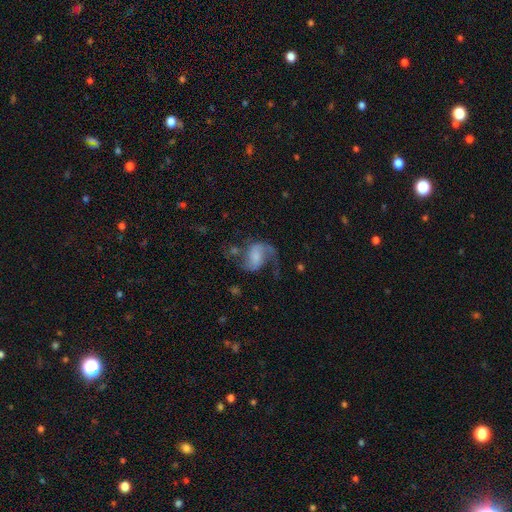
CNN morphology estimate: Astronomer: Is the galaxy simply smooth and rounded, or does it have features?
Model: featured or disk — 77%.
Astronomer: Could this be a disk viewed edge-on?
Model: no — 98%.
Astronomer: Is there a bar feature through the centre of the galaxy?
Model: weak — 44% (runner-up: no, 41%).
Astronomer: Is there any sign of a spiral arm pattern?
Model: yes — 93%.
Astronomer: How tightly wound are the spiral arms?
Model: loose — 60%.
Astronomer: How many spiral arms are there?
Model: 2 — 74%.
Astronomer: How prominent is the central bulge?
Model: none — 29% (runner-up: small, 28%).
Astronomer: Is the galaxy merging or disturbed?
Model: none — 45% (runner-up: major disturbance, 30%).